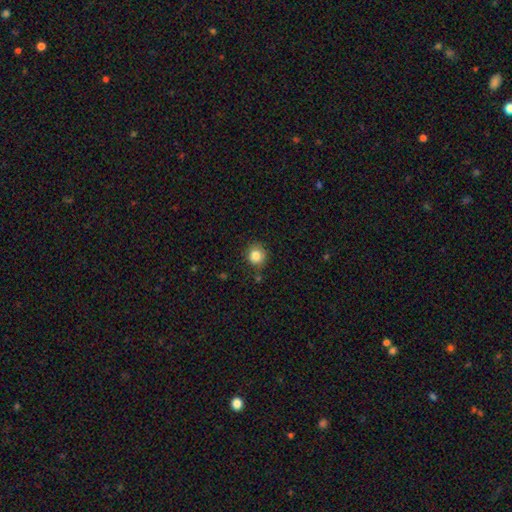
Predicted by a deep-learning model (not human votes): Smooth or featured?
  - smooth: 85% *
  - star or artifact: 10%
  - featured or disk: 5%
How rounded?
  - round: 87% *
  - in between: 12%
  - cigar-shaped: 1%
Merging?
  - none: 80% *
  - minor disturbance: 14%
  - major disturbance: 3%
  - merger: 3%